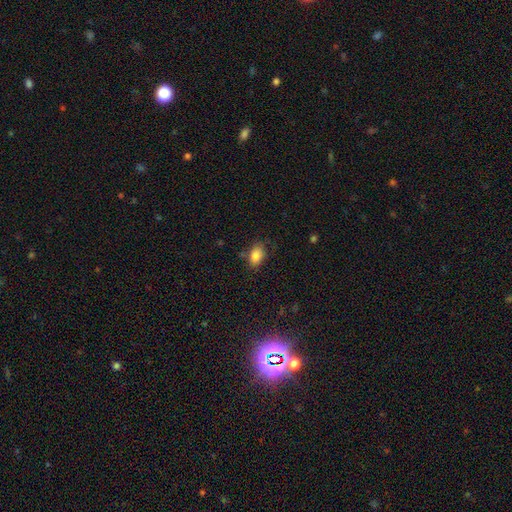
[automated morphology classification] The model was most divided on "merging": none: 72%, minor disturbance: 19%, major disturbance: 5%, merger: 4%. More confident: how rounded — in between (84%); smooth or featured — smooth (84%).